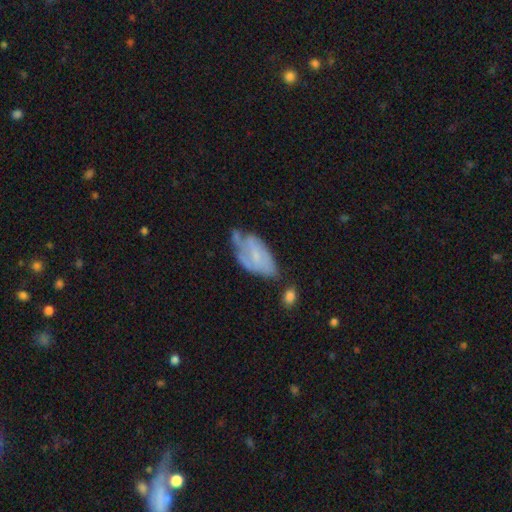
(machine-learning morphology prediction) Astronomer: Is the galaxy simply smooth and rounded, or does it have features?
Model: featured or disk — 59% (runner-up: smooth, 34%).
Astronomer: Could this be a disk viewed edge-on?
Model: no — 94%.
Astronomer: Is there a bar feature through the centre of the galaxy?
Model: no — 54% (runner-up: weak, 37%).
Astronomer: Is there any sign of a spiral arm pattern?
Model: yes — 67%.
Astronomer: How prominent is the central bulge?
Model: small — 57%.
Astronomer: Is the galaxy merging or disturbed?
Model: minor disturbance — 32% (runner-up: none, 31%).